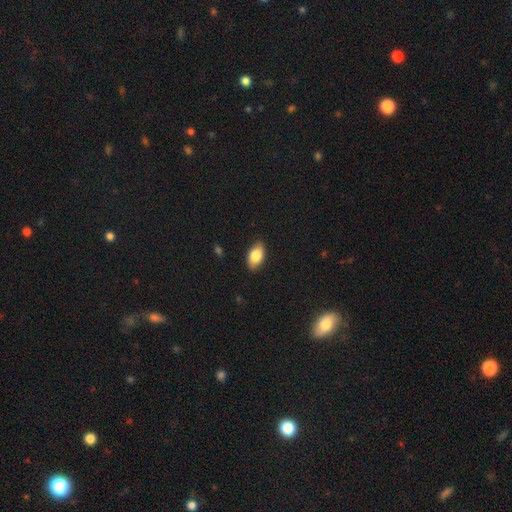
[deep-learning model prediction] A smooth galaxy with no disk features (82%) that is in between round and cigar-shaped (92%). Merging: none (86%).